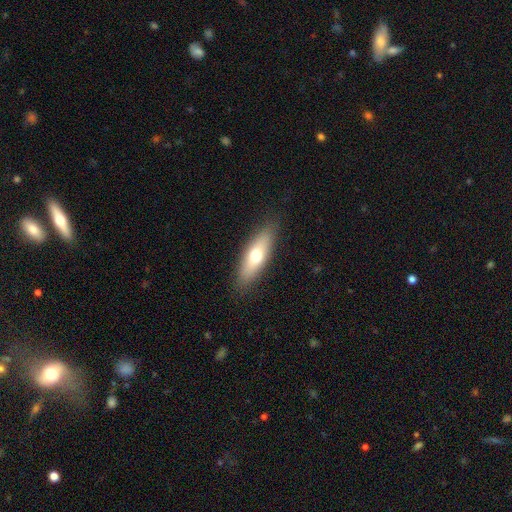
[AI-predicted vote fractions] The model was most divided on "how rounded" (2-way tie): cigar-shaped: 49%, in between: 49%, round: 3%. More confident: merging — none (87%); smooth or featured — smooth (64%).